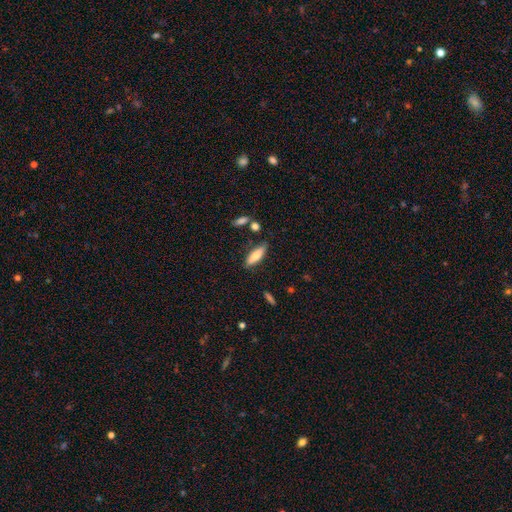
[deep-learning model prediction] Smooth or featured: smooth — 77% (featured or disk — 16%)
How rounded: in between — 51% (cigar-shaped — 47%)
Merging: none — 79% (minor disturbance — 15%)